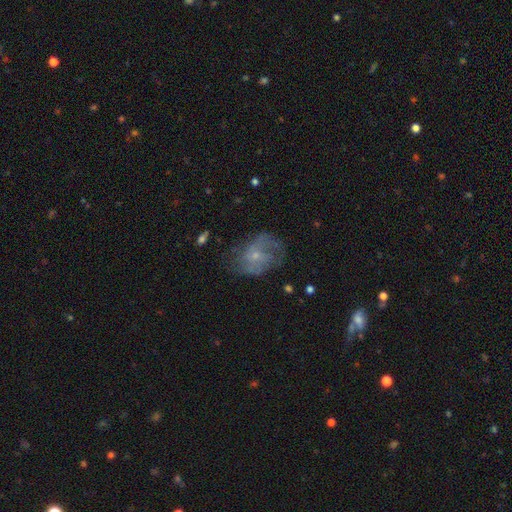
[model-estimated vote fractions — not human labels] smooth-or-featured: featured or disk: 66% | smooth: 25% | star or artifact: 10%
  disk-edge-on: no: 97% | yes: 3%
    bar: no: 71% | weak: 25% | strong: 4%
    has-spiral-arms: yes: 80% | no: 20%
      spiral-winding: medium: 44% | loose: 33% | tight: 24%
      spiral-arm-count: 2: 48% | can't tell: 29% | 3: 9% | 1: 6% | 4: 4% | more than 4: 3%
    bulge-size: small: 75% | moderate: 17% | none: 6% | large: 1% | dominant: 1%
  merging: none: 54% | minor disturbance: 24% | major disturbance: 20% | merger: 2%